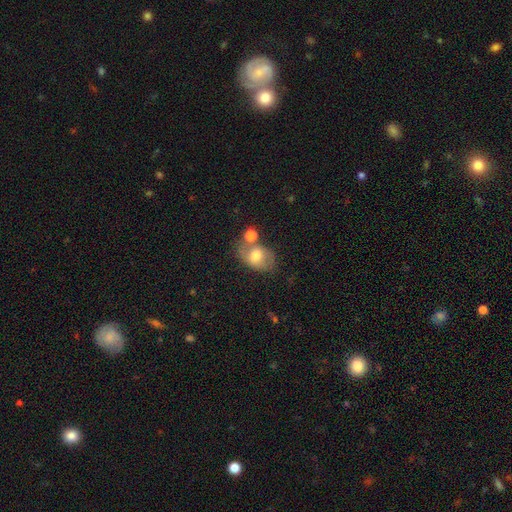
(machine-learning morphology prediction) Smooth or featured: smooth — 61% (featured or disk — 30%)
How rounded: in between — 76% (round — 23%)
Merging: none — 52% (merger — 21%)